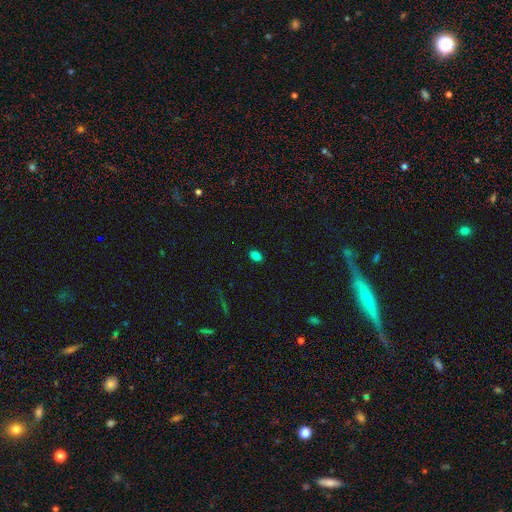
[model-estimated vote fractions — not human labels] A smooth galaxy with no disk features (82%) that is in between round and cigar-shaped (81%).

Vote fractions:
- Smooth or featured? smooth: 82% / star or artifact: 13% / featured or disk: 5%
- How rounded? in between: 81% / round: 18% / cigar-shaped: 1%
- Merging? none: 89% / minor disturbance: 8% / major disturbance: 2% / merger: 1%